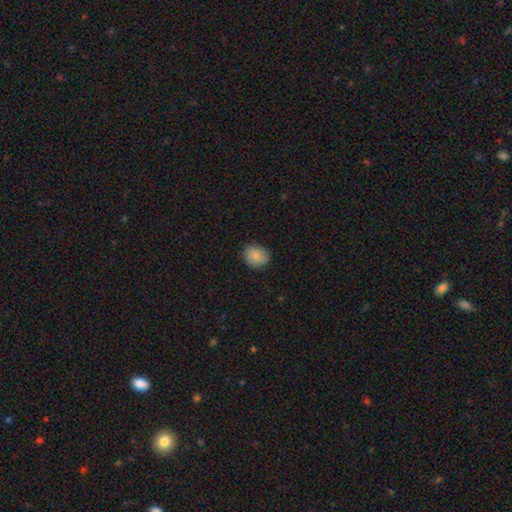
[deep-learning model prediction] This appears to be a smooth galaxy with no disk features (83%) that is round (64%). Merging: none (83%).